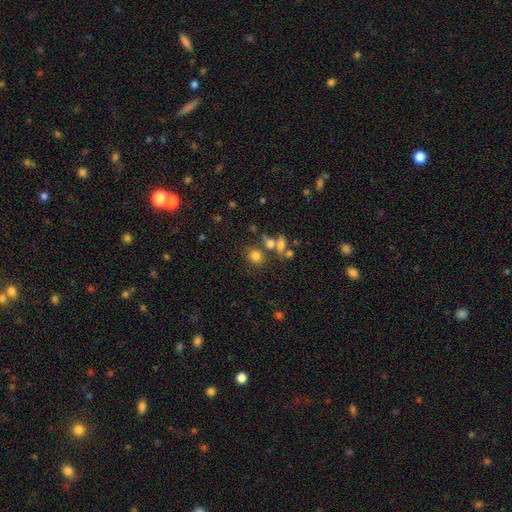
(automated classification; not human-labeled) smooth-or-featured: smooth: 77% | star or artifact: 14% | featured or disk: 9%
  how-rounded: round: 71% | in between: 28% | cigar-shaped: 1%
  merging: none: 63% | merger: 20% | minor disturbance: 11% | major disturbance: 6%